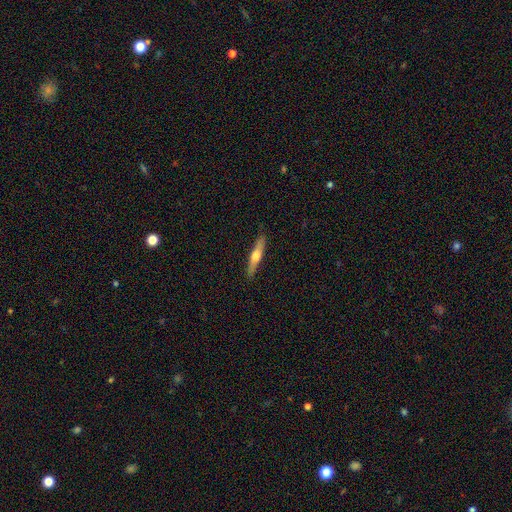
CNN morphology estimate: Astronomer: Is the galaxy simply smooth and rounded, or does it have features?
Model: featured or disk — 55% (runner-up: smooth, 40%).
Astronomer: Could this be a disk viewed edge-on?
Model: yes — 95%.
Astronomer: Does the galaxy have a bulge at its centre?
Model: rounded — 90%.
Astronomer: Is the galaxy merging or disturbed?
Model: none — 88%.